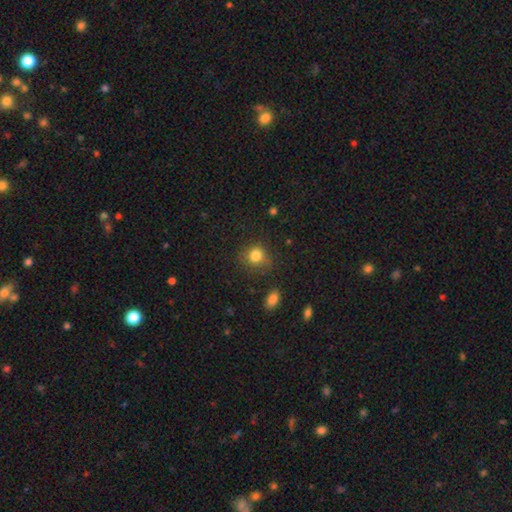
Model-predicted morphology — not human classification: Smooth or featured? Predicted: smooth (p=0.82). How rounded? Predicted: round (p=0.81). Merging? Predicted: none (p=0.76).